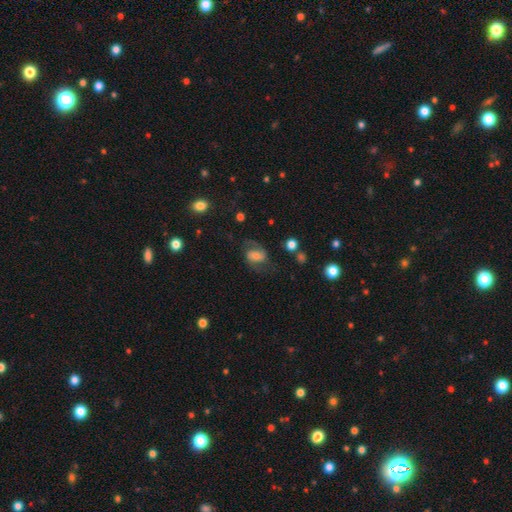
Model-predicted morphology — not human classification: type=featured or disk (57%); edge-on=no (97%); bar=weak (43%); spiral arms=yes (88%); bulge=moderate (32%); merging=none (61%).